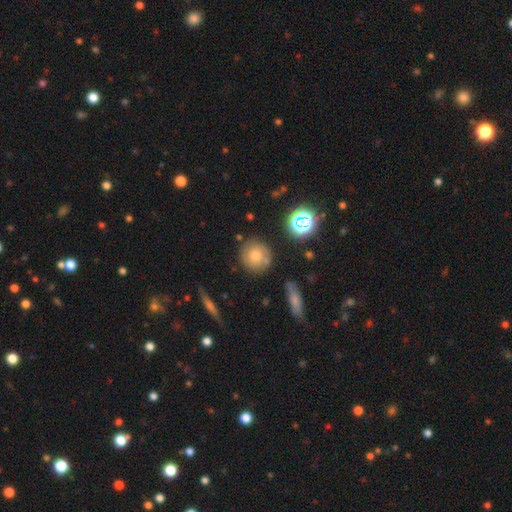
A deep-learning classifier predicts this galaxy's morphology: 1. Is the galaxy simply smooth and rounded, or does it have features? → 68% smooth, 17% featured or disk, 15% star or artifact.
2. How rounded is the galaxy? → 90% round, 8% in between, 1% cigar-shaped.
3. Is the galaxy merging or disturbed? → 79% none, 11% minor disturbance, 6% merger, 3% major disturbance.